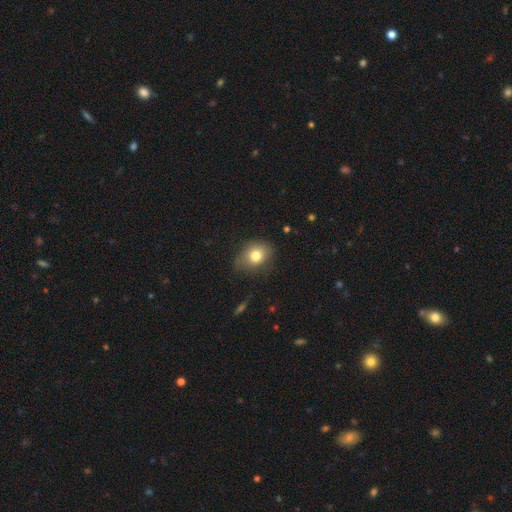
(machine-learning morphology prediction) This is likely a smooth galaxy (77%). How rounded: possibly round (50%). Merging: likely none (70%).